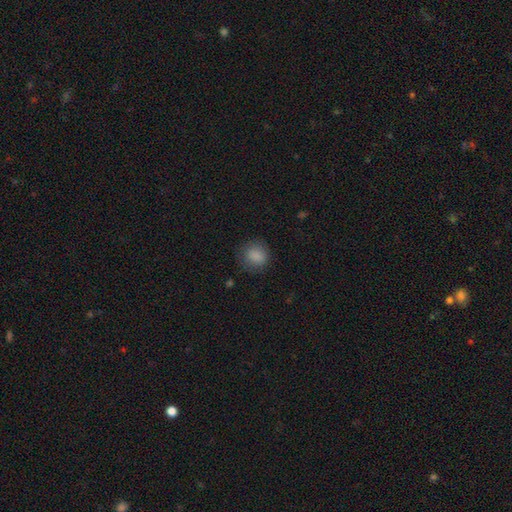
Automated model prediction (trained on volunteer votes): Morphology: type=smooth (86%); roundness=round (78%); merging=none (76%).